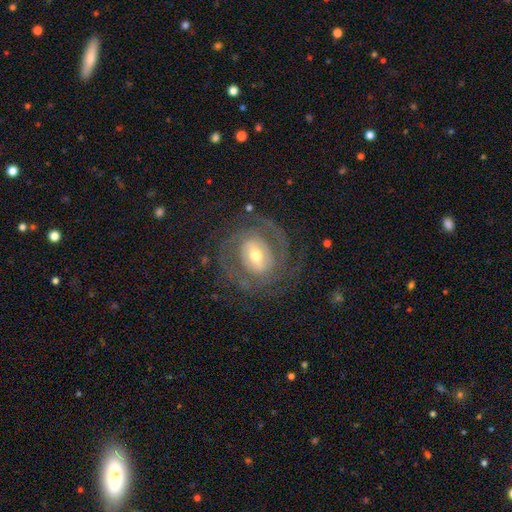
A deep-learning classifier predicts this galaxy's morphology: A featured or disk galaxy (82%) with a weak bar (43%), 2 (49%) tight (55%) spiral arms (85%) and a moderate central bulge (58%).

Vote fractions:
- Smooth or featured? featured or disk: 82% / smooth: 12% / star or artifact: 6%
- Edge-on disk? no: 96% / yes: 4%
- Bar? weak: 43% / strong: 31% / no: 26%
- Spiral arms? yes: 85% / no: 15%
- Spiral winding? tight: 55% / medium: 33% / loose: 12%
- Spiral arm count? 2: 49% / can't tell: 26% / 3: 12% / 1: 5% / 4: 5% / more than 4: 4%
- Bulge size? moderate: 58% / small: 32% / large: 8% / dominant: 1% / none: 1%
- Merging? none: 72% / minor disturbance: 14% / major disturbance: 13% / merger: 1%